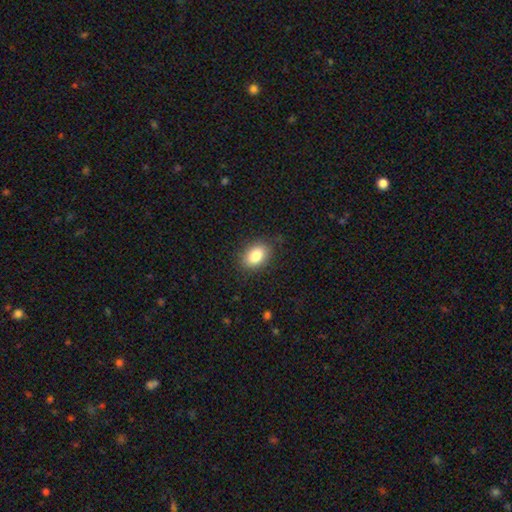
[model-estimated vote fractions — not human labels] This is clearly a smooth galaxy (84%). How rounded: likely in between (78%). Merging: clearly none (85%).